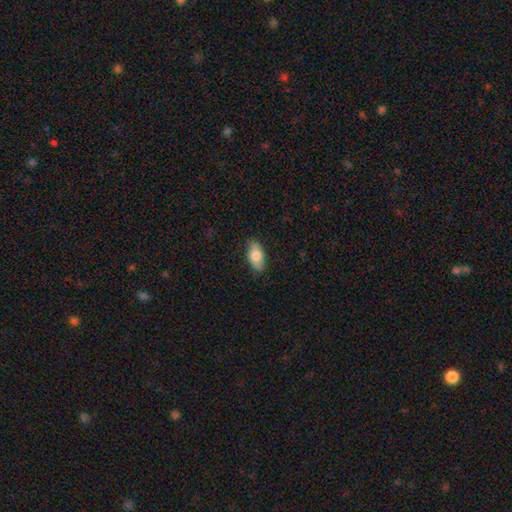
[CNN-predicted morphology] smooth 76%, featured or disk 18%, star or artifact 6%. Down the decision tree: how rounded — in between (92%); merging — none (85%).